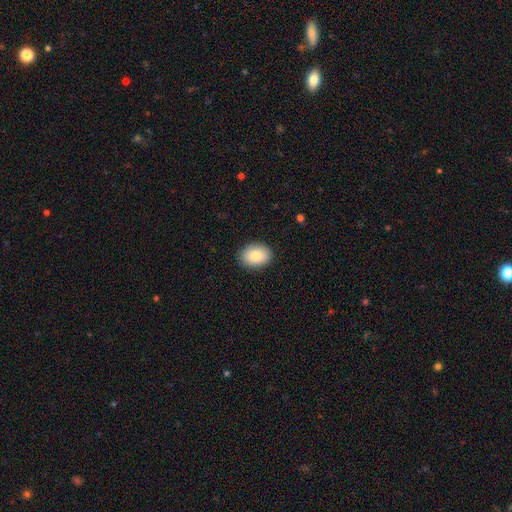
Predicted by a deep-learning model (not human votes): A smooth galaxy with no disk features (87%) that is in between round and cigar-shaped (77%). Merging: none (89%).